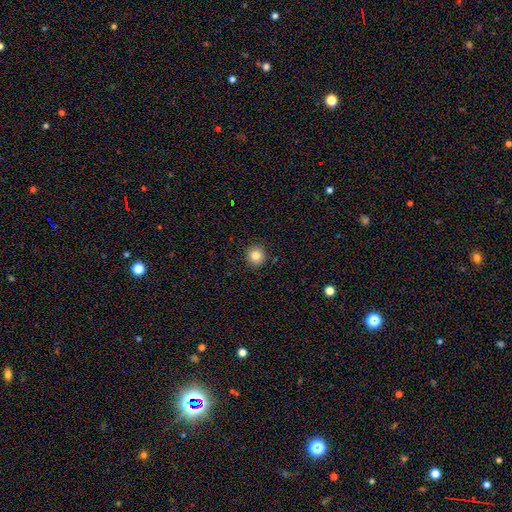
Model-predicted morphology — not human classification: Smooth or featured: smooth — 84% (star or artifact — 11%)
How rounded: round — 94% (in between — 5%)
Merging: none — 92% (minor disturbance — 6%)